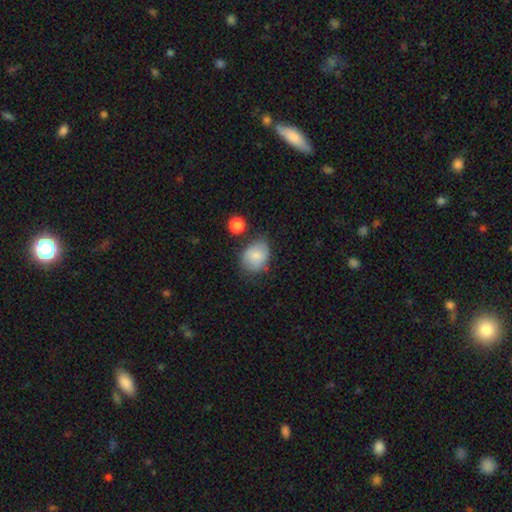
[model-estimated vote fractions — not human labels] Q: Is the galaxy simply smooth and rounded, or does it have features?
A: smooth — 78%.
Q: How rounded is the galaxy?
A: round — 50%.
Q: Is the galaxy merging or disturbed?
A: none — 61%.